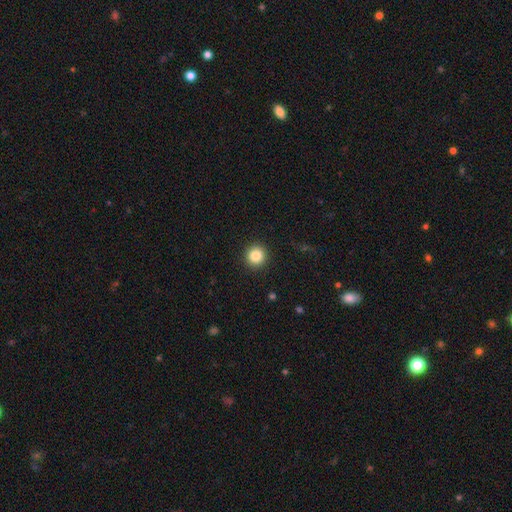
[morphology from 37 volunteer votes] Volunteers were most divided on "how rounded": round: 87%, in between: 13%, cigar-shaped: 0%. More confident: merging — none (97%); smooth or featured — smooth (84%).